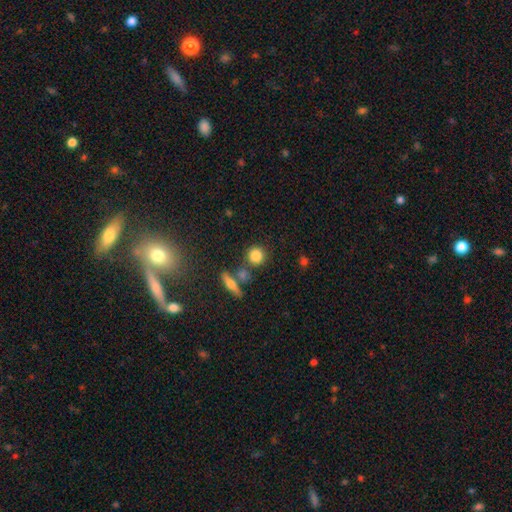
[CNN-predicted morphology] Q: Smooth or featured?
A: smooth (83%); runner-up: star or artifact (10%)
Q: How rounded?
A: round (87%); runner-up: in between (10%)
Q: Merging?
A: none (75%); runner-up: merger (12%)